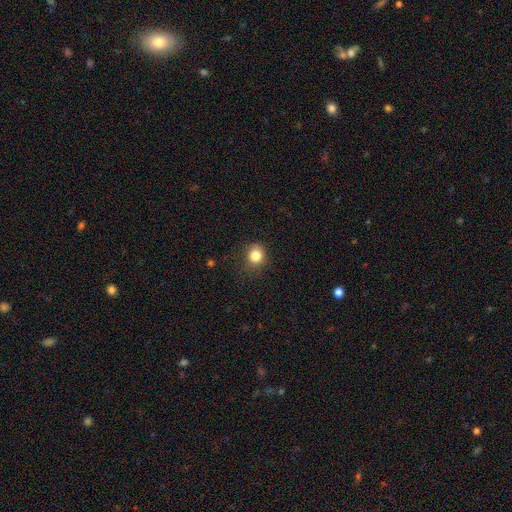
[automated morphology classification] Smooth or featured: smooth — 82% (star or artifact — 12%)
How rounded: round — 77% (in between — 22%)
Merging: none — 79% (minor disturbance — 15%)